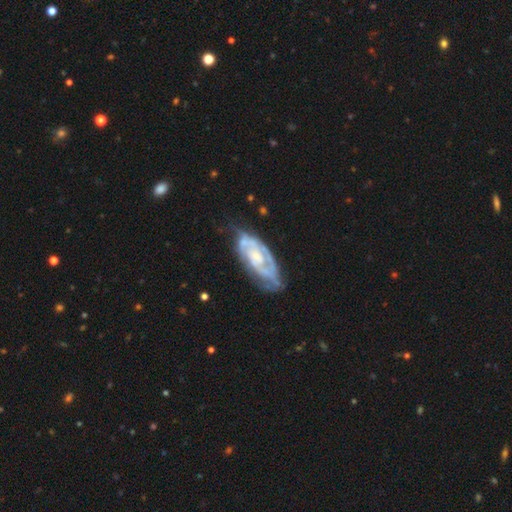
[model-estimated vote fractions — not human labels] Overall: featured or disk (80%). Edge-on disk: no (91%). Bar: no (66%; weak 27%). Spiral arms: yes (85%). Spiral arm count: 2 (44%; can't tell 36%). Spiral winding: tight (59%; medium 32%). Bulge size: small (47%; moderate 41%). Merging: none (62%; minor disturbance 26%).